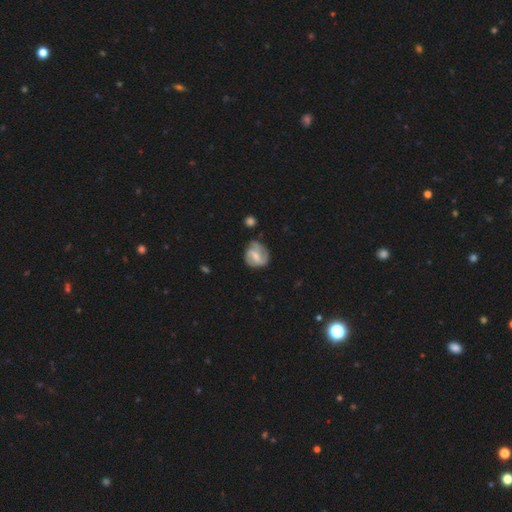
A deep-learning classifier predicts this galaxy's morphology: Smooth or featured? featured or disk (71%)
Edge-on disk? no (98%)
Bar? weak (52%)
Spiral arms? yes (91%)
Spiral winding? medium (45%)
Spiral arm count? 2 (62%)
Bulge size? moderate (41%, tied with small)
Merging? none (65%)